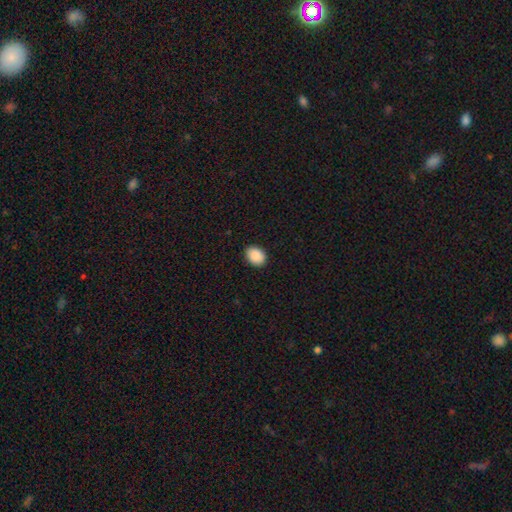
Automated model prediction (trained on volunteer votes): A smooth galaxy with no disk features (90%) that is in between round and cigar-shaped (65%). Merging: none (90%).